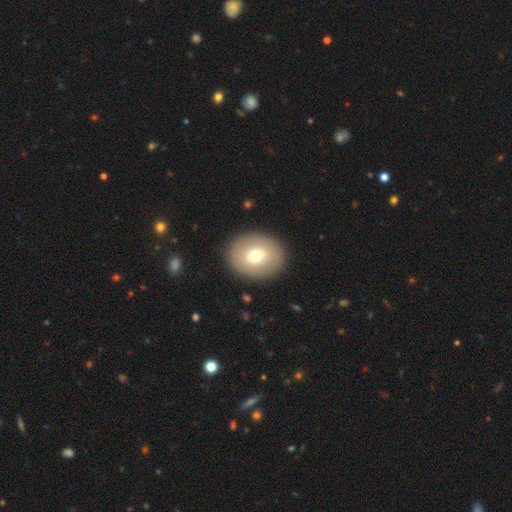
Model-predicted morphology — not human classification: smooth-or-featured: smooth: 71% | featured or disk: 21% | star or artifact: 9%
  how-rounded: round: 61% | in between: 38% | cigar-shaped: 1%
  merging: none: 90% | minor disturbance: 7% | major disturbance: 3% | merger: 1%